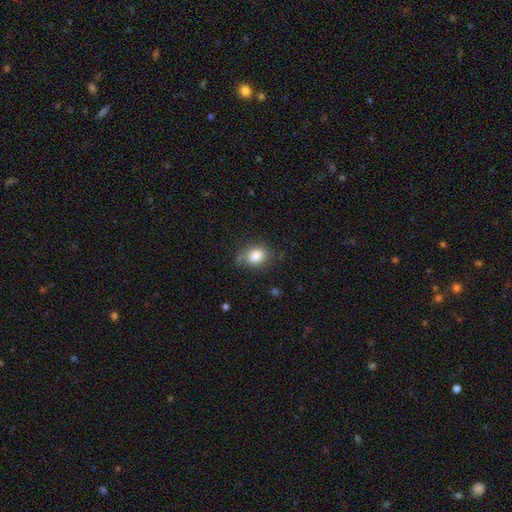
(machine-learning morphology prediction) Smooth or featured? smooth (82%)
How rounded? in between (58%)
Merging? none (68%)